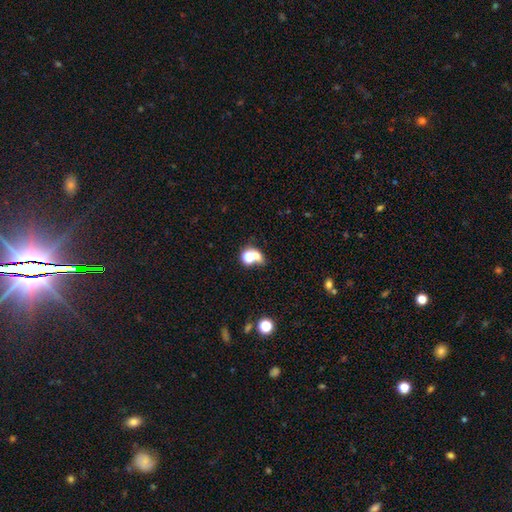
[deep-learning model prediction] Morphology: type=smooth (62%); roundness=round (59%); merging=merger (47%).